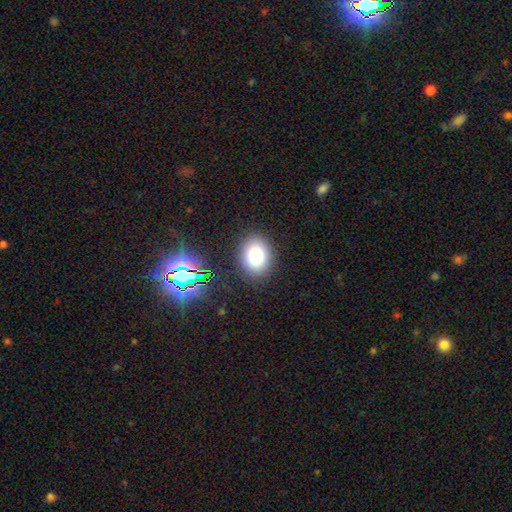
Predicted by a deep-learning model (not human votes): Overall: smooth (80%). How rounded: in between (62%; round 37%). Merging: none (87%).